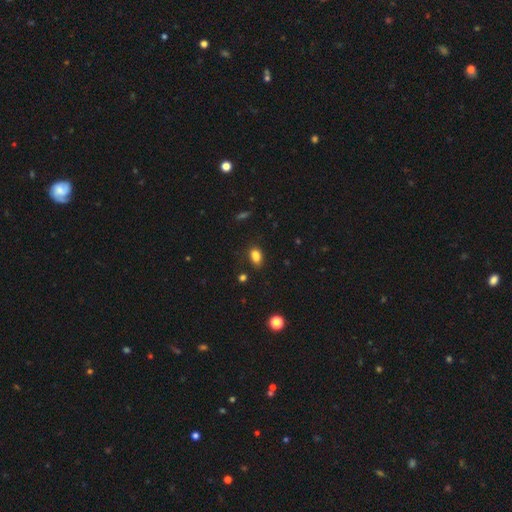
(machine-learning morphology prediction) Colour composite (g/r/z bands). It shows a smooth galaxy with no disk features (82%) that is in between round and cigar-shaped (81%). Merging: none (70%).